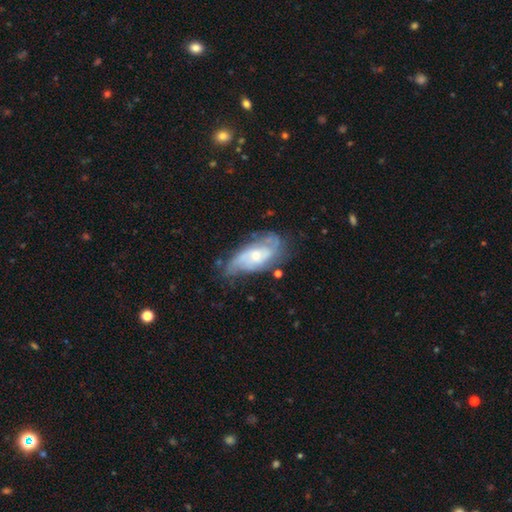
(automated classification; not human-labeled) smooth_or_featured: featured or disk (p=0.73) [alt: smooth p=0.20]
disk_edge_on: no (p=0.92) [alt: yes p=0.08]
bar: no (p=0.67) [alt: weak p=0.28]
has_spiral_arms: yes (p=0.86) [alt: no p=0.14]
spiral_winding: medium (p=0.40) [alt: tight p=0.39]
spiral_arm_count: 2 (p=0.41) [alt: can't tell p=0.35]
bulge_size: small (p=0.51) [alt: moderate p=0.43]
merging: none (p=0.54) [alt: minor disturbance p=0.29]